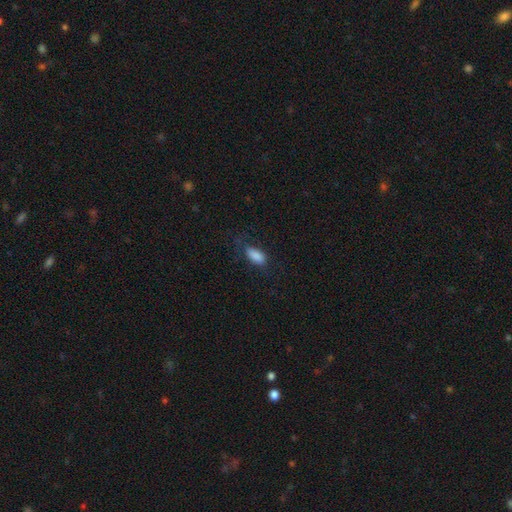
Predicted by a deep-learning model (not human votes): Smooth or featured? smooth (84%)
How rounded? in between (87%)
Merging? none (65%)